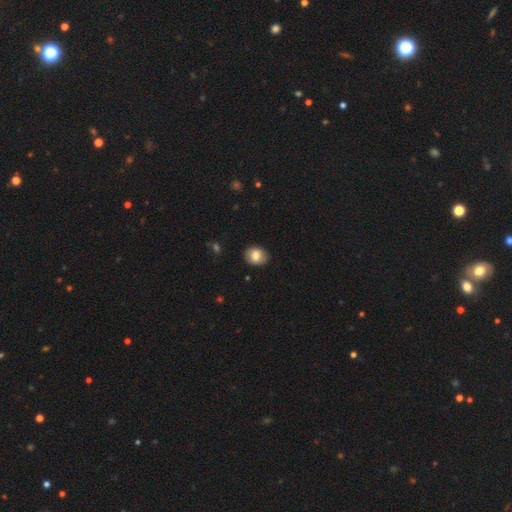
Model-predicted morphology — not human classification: This appears to be a smooth galaxy with no disk features (77%) that is round (60%). Merging: none (86%).